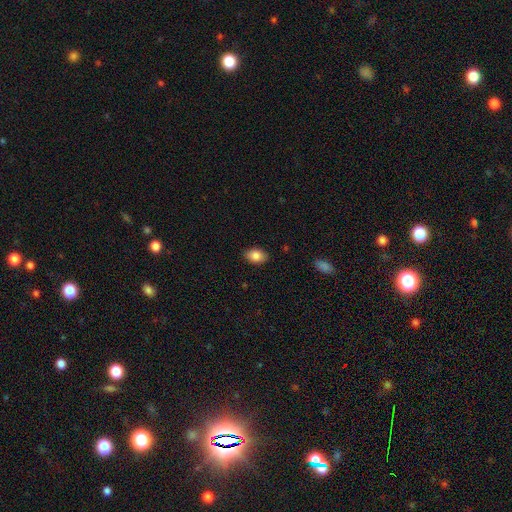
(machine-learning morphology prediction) A smooth galaxy with no disk features (86%) that is in between round and cigar-shaped (83%). Merging: none (87%).